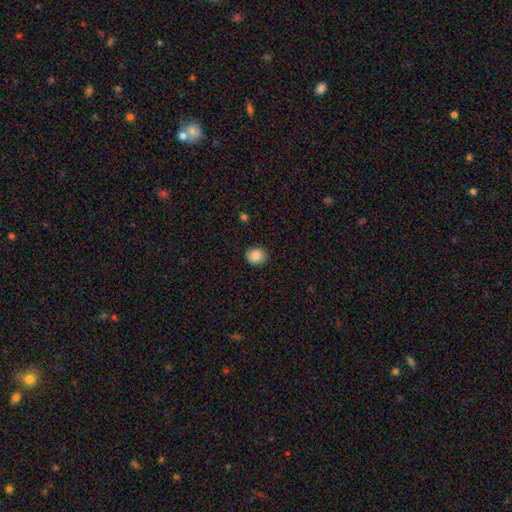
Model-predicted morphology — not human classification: This appears to be a smooth galaxy with no disk features (86%) that is round (75%). Merging: none (89%).